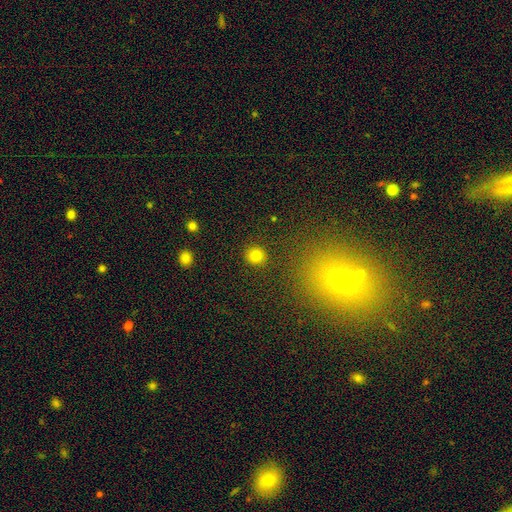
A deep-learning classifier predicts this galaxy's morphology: This appears to be a smooth galaxy with no disk features (82%) that is round (93%). Merging: none (91%).